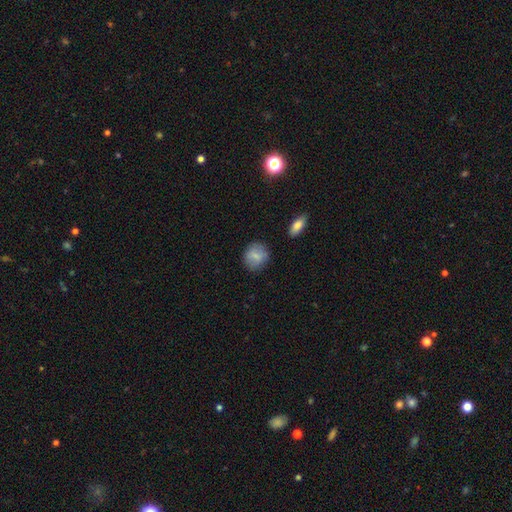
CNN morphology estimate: This is likely a smooth galaxy (79%). How rounded: likely round (76%). Merging: clearly none (81%).